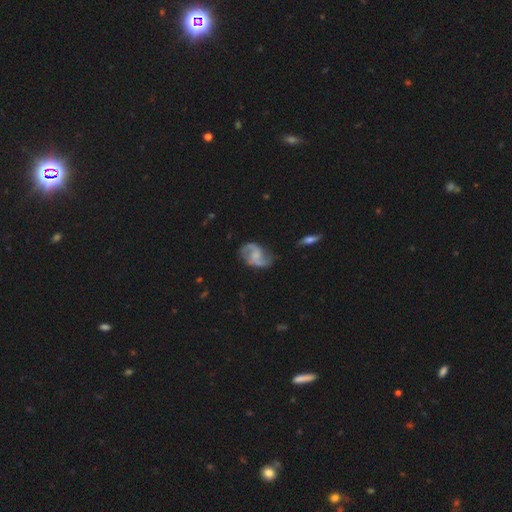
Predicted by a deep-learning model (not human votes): smooth-or-featured: featured or disk: 82% | smooth: 13% | star or artifact: 6%
  disk-edge-on: no: 97% | yes: 3%
    bar: no: 45% | weak: 44% | strong: 10%
    has-spiral-arms: yes: 94% | no: 6%
      spiral-winding: loose: 52% | medium: 39% | tight: 10%
      spiral-arm-count: 2: 90% | can't tell: 4% | 1: 3% | 3: 1% | 4: 1% | more than 4: 1%
    bulge-size: none: 40% | small: 32% | moderate: 23% | large: 4% | dominant: 1%
  merging: none: 67% | minor disturbance: 21% | major disturbance: 10% | merger: 3%